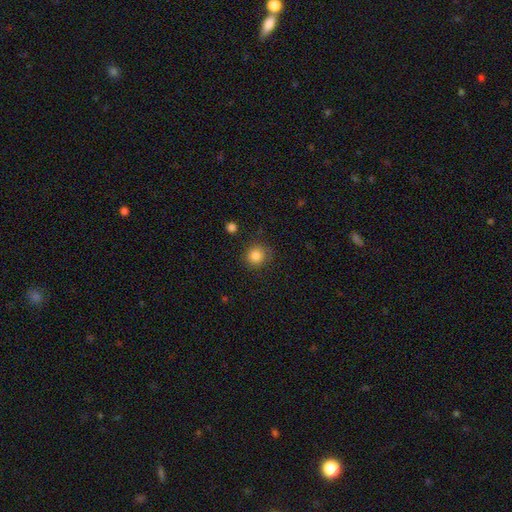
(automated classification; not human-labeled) Overall: smooth (85%). How rounded: round (90%). Merging: none (84%).